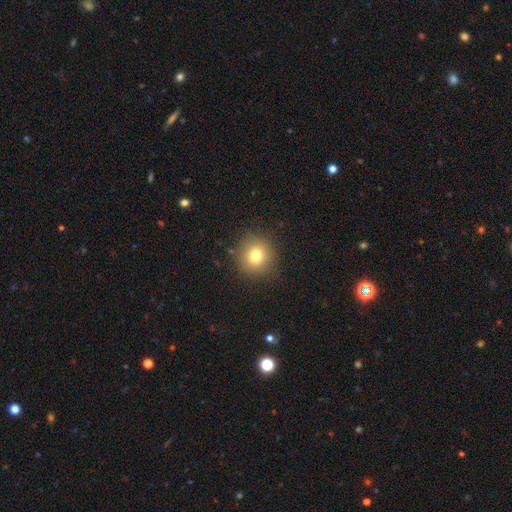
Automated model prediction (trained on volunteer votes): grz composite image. It shows a smooth galaxy with no disk features (77%) that is round (93%). Merging: none (89%).